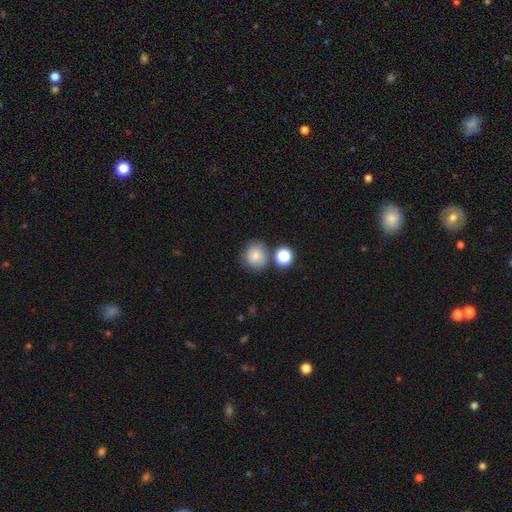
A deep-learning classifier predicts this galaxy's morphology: smooth 82%, star or artifact 10%, featured or disk 7%. Down the decision tree: how rounded — round (86%); merging — none (69%).